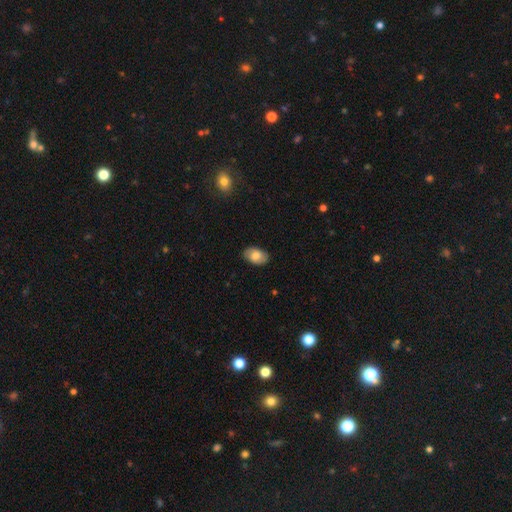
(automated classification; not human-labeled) Smooth or featured? Predicted: smooth (p=0.74). How rounded? Predicted: in between (p=0.90). Merging? Predicted: none (p=0.85).